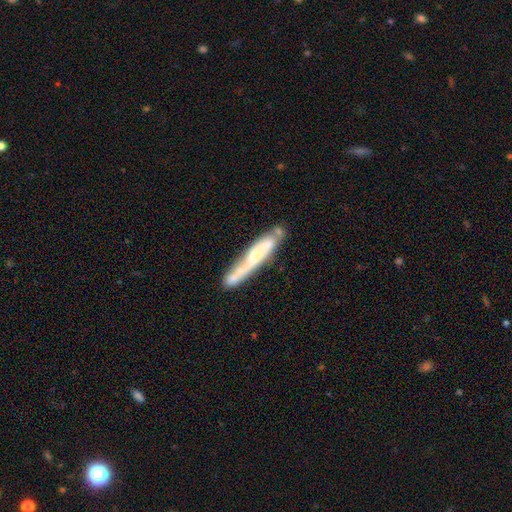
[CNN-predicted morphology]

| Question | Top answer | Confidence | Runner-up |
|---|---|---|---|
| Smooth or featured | featured or disk | 53% | smooth (40%) |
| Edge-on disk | yes | 65% | no (35%) |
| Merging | none | 47% | minor disturbance (24%) |